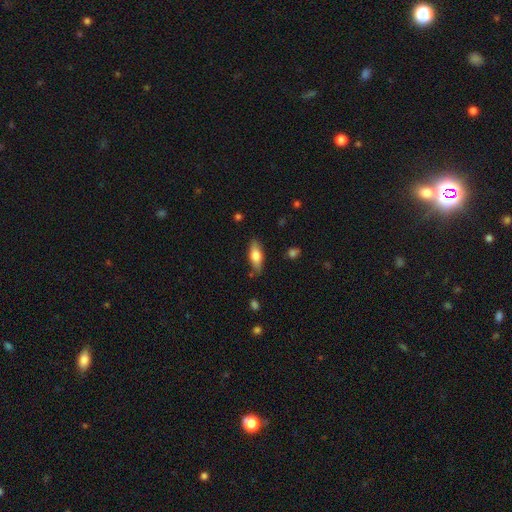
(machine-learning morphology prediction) The model was most divided on "how rounded": in between: 68%, cigar-shaped: 29%, round: 3%. More confident: merging — none (82%); smooth or featured — smooth (67%).